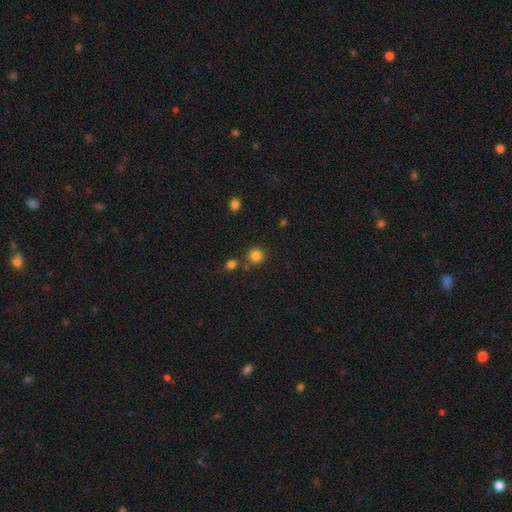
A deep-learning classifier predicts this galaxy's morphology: smooth 83%, star or artifact 13%, featured or disk 4%. Down the decision tree: how rounded — round (92%); merging — none (78%).